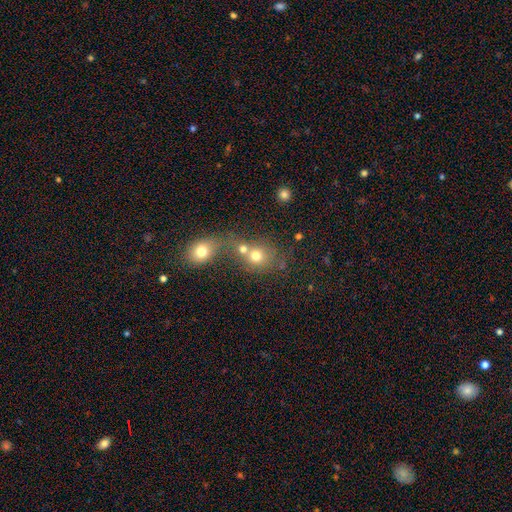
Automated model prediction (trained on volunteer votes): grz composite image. It shows a smooth galaxy with no disk features (72%) that is round (75%). Merging: merger (55%).